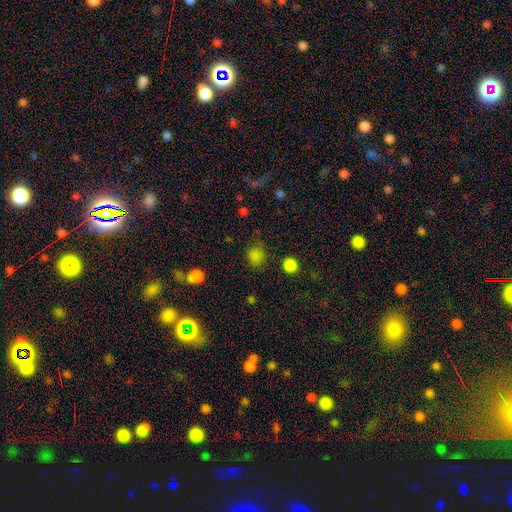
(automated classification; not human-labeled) A smooth galaxy with no disk features (79%) that is round (79%). Merging: none (76%).